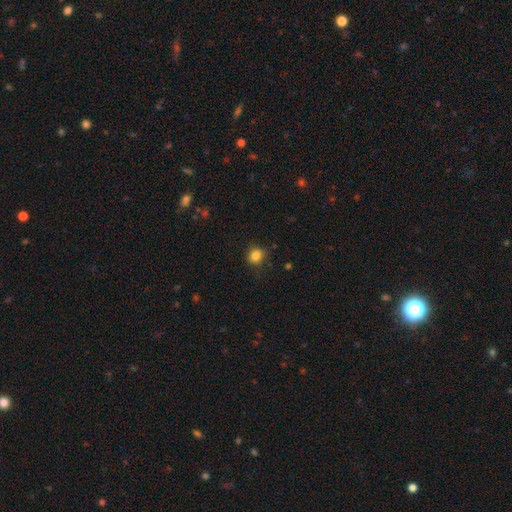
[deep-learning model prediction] Overall: smooth (84%). How rounded: round (83%). Merging: none (85%).